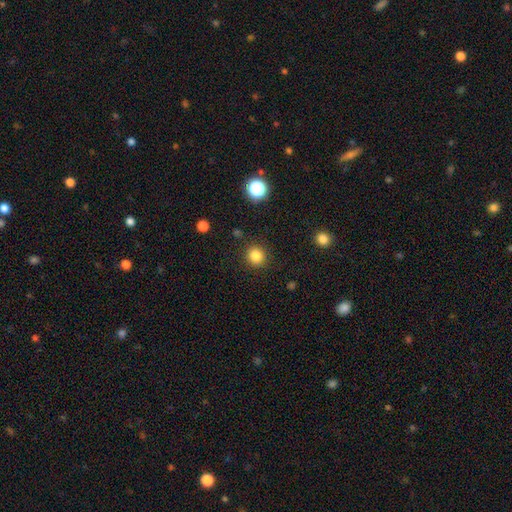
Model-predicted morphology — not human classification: smooth 84%, star or artifact 12%, featured or disk 4%. Down the decision tree: how rounded — round (92%); merging — none (90%).